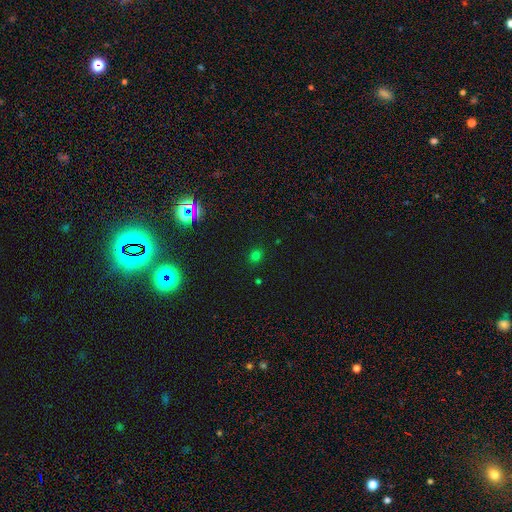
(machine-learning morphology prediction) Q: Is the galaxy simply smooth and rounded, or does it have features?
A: smooth — 71%.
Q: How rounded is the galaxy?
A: round — 75%.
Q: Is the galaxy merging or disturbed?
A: none — 87%.